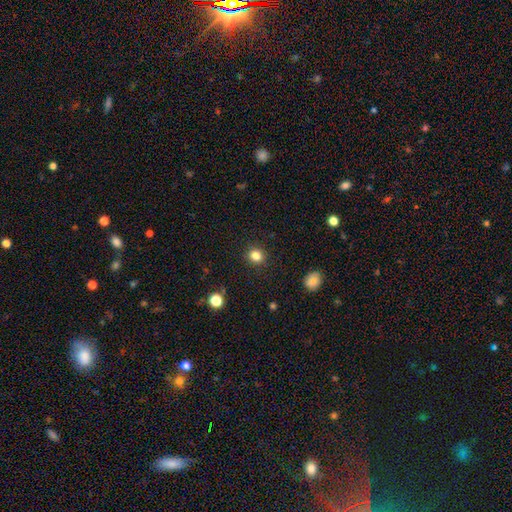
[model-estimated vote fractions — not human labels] The model was most divided on "how rounded": round: 81%, in between: 18%, cigar-shaped: 1%. More confident: merging — none (90%); smooth or featured — smooth (83%).